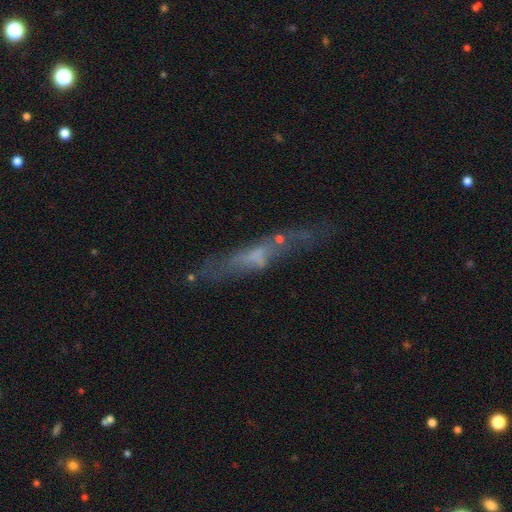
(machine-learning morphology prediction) A featured or disk galaxy (53%) viewed edge-on (64%).

Vote fractions:
- Smooth or featured? featured or disk: 53% / smooth: 35% / star or artifact: 12%
- Edge-on disk? yes: 64% / no: 36%
- Merging? none: 62% / minor disturbance: 20% / major disturbance: 12% / merger: 6%